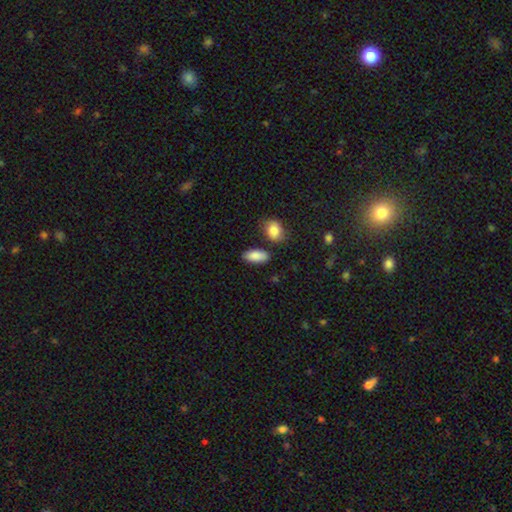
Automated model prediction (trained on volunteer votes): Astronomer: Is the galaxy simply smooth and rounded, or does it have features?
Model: smooth — 88%.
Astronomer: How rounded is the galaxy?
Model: in between — 89%.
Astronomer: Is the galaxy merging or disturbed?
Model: none — 79%.